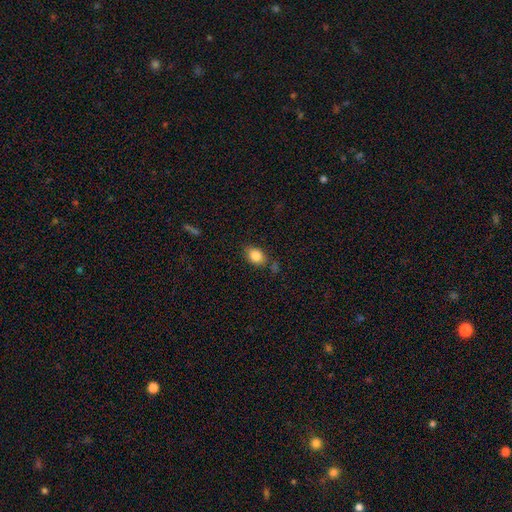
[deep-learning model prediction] smooth 85%, star or artifact 9%, featured or disk 6%. Down the decision tree: how rounded — in between (69%); merging — none (75%).